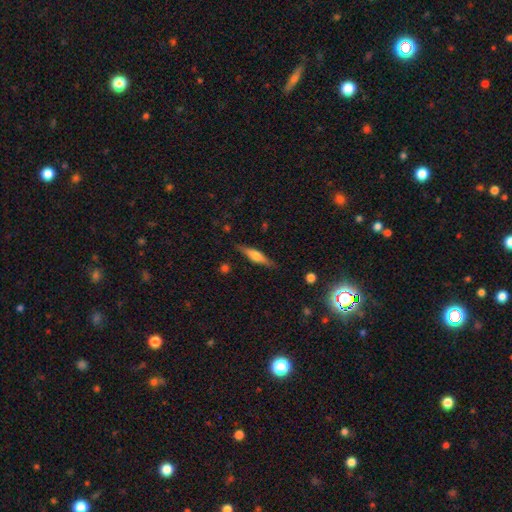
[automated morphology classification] Q: Smooth or featured?
A: featured or disk (50%); runner-up: smooth (43%)
Q: Edge-on disk?
A: yes (94%); runner-up: no (6%)
Q: Merging?
A: none (85%); runner-up: minor disturbance (11%)